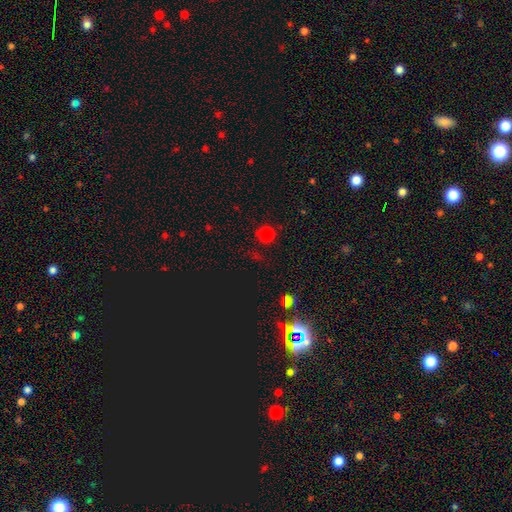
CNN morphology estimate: type=smooth (55%); roundness=round (90%); merging=none (84%).